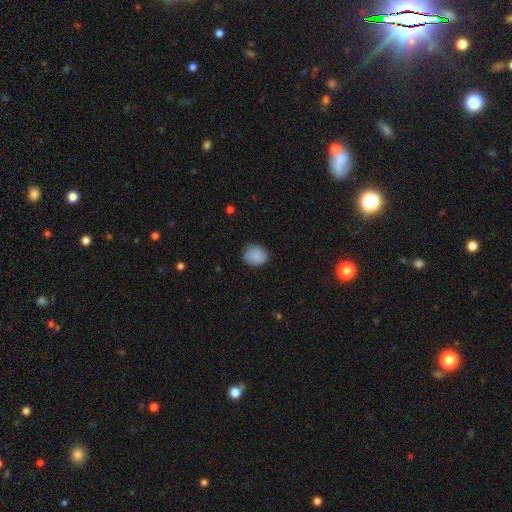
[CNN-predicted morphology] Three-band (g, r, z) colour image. It shows a smooth galaxy with no disk features (87%) that is round (66%). Merging: none (84%).